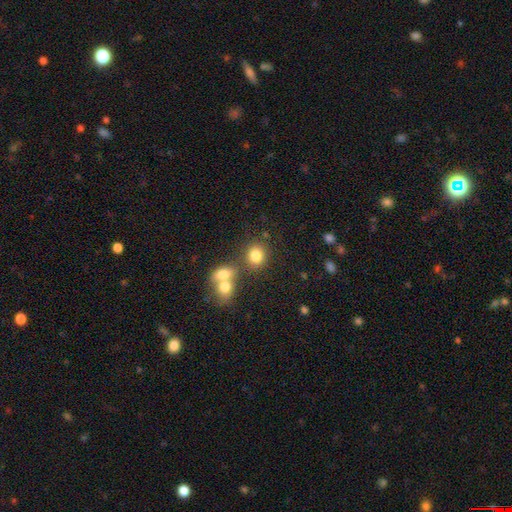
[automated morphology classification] This is clearly a smooth galaxy (81%). How rounded: likely round (71%). Merging: likely none (64%).